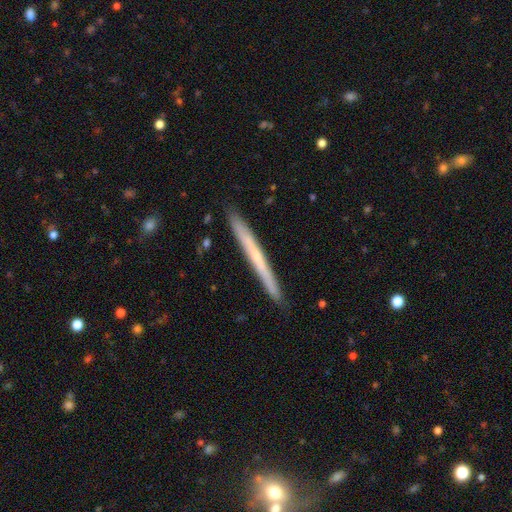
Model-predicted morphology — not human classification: Q: Smooth or featured?
A: featured or disk (52%); runner-up: smooth (42%)
Q: Edge-on disk?
A: yes (96%); runner-up: no (4%)
Q: Edge-on bulge?
A: none (75%); runner-up: rounded (22%)
Q: Merging?
A: none (90%); runner-up: minor disturbance (7%)